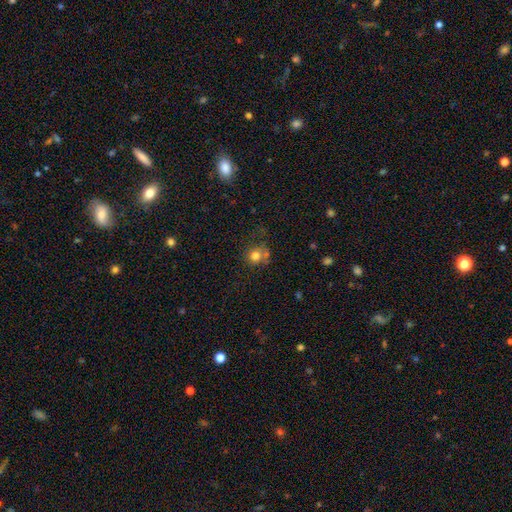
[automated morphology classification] smooth_or_featured: smooth (p=0.77) [alt: star or artifact p=0.12]
how_rounded: round (p=0.84) [alt: in between p=0.15]
merging: none (p=0.58) [alt: minor disturbance p=0.19]